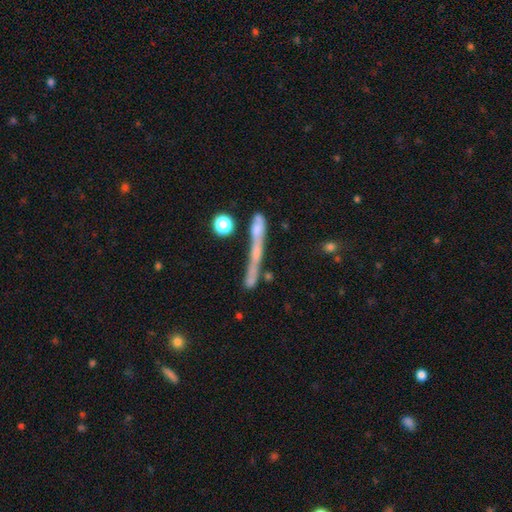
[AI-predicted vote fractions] smooth-or-featured: smooth: 45% | featured or disk: 40% | star or artifact: 15%
  merging: none: 45% | merger: 25% | minor disturbance: 17% | major disturbance: 14%